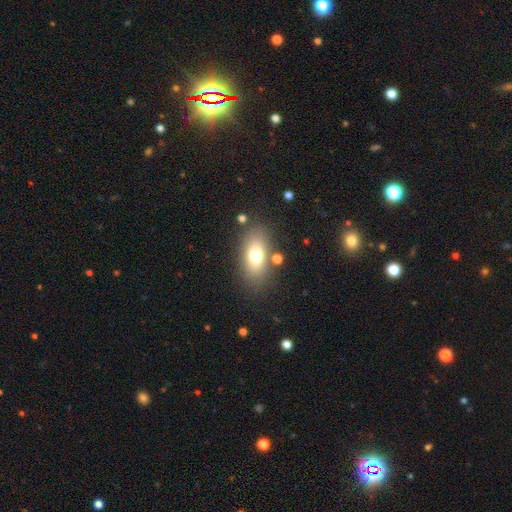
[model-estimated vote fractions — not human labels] Overall: smooth (71%). How rounded: in between (84%). Merging: none (79%).